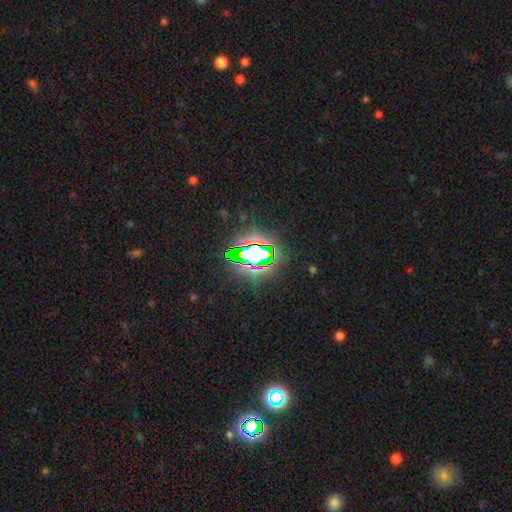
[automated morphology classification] Q: Smooth or featured?
A: star or artifact (71%); runner-up: smooth (17%)